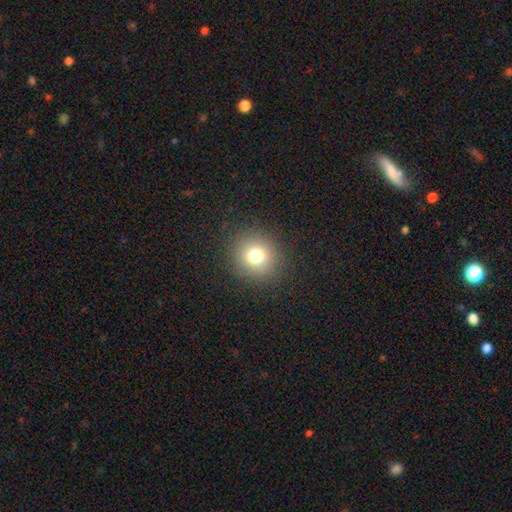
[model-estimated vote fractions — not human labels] smooth_or_featured: smooth (p=0.76) [alt: star or artifact p=0.14]
how_rounded: round (p=0.89) [alt: in between p=0.10]
merging: none (p=0.88) [alt: minor disturbance p=0.07]